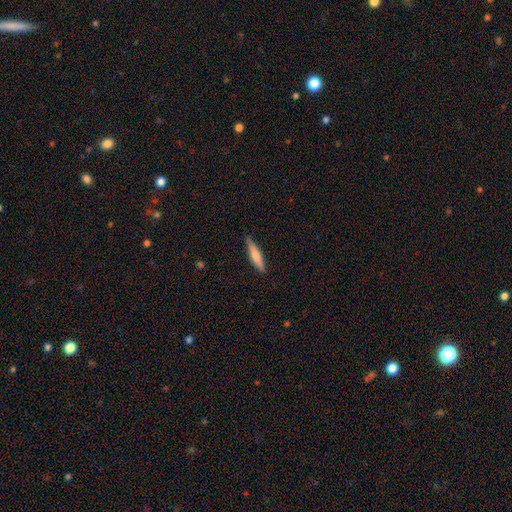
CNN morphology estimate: A smooth galaxy with no disk features (71%) that is cigar-shaped (84%). Merging: none (85%).